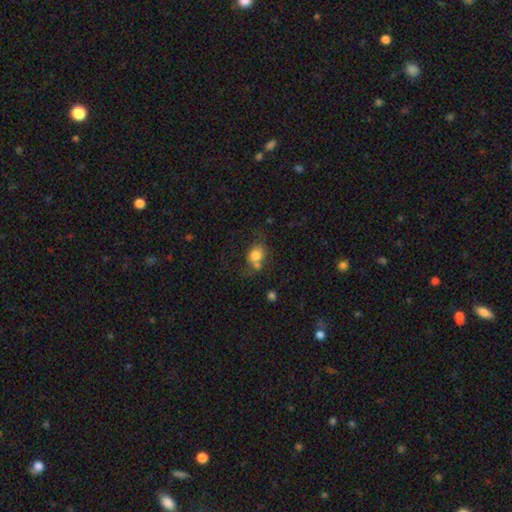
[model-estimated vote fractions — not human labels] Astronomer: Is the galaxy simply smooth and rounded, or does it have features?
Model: smooth — 78%.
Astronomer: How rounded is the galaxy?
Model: round — 61% (runner-up: in between, 38%).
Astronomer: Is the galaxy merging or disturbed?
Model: none — 45% (runner-up: merger, 27%).